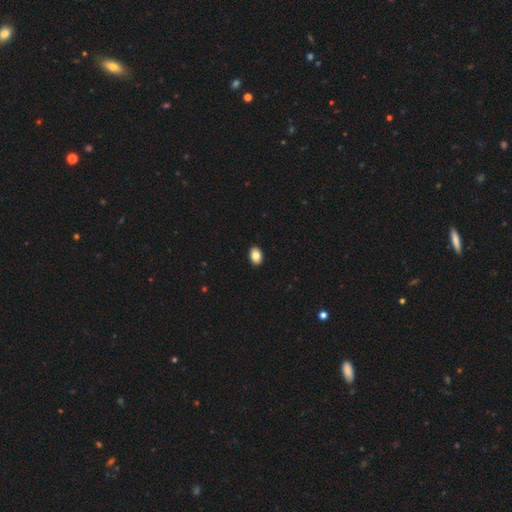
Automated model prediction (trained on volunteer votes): Overall: smooth (84%). How rounded: in between (82%). Merging: none (92%).